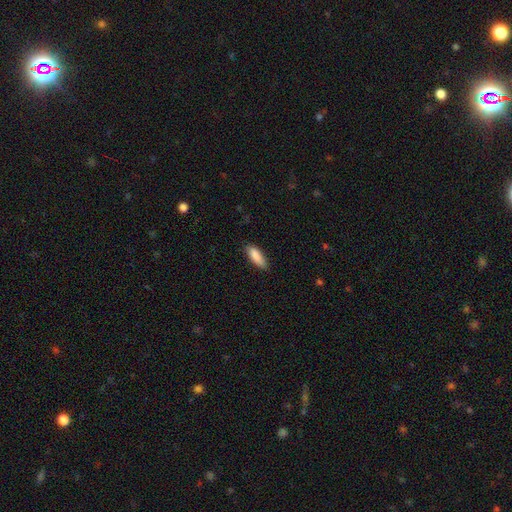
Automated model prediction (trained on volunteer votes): Morphology: type=smooth (88%); roundness=in between (60%); merging=none (80%).